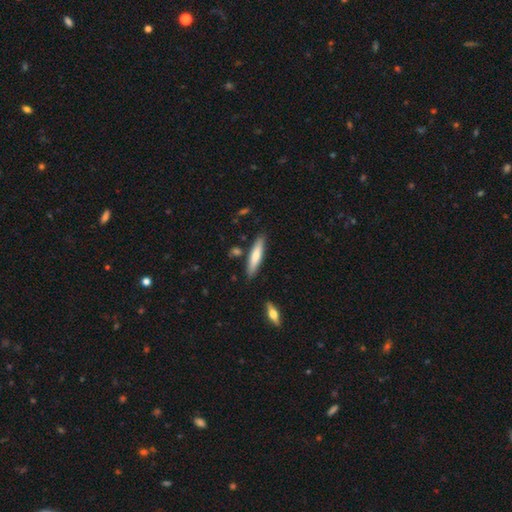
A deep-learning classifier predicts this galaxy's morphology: Smooth or featured? smooth (70%)
How rounded? cigar-shaped (84%)
Merging? none (84%)